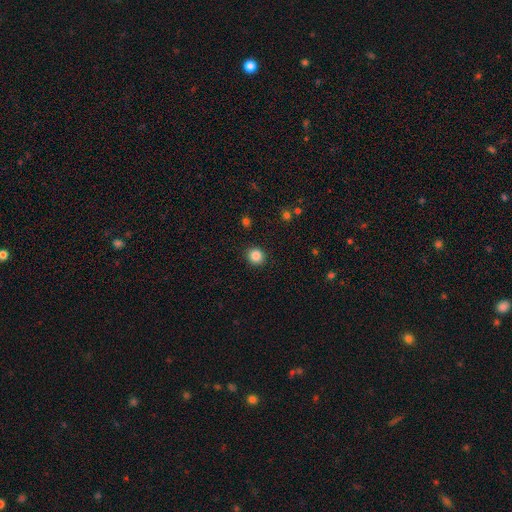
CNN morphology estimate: Smooth or featured: smooth — 86% (star or artifact — 11%)
How rounded: round — 86% (in between — 13%)
Merging: none — 91% (minor disturbance — 6%)